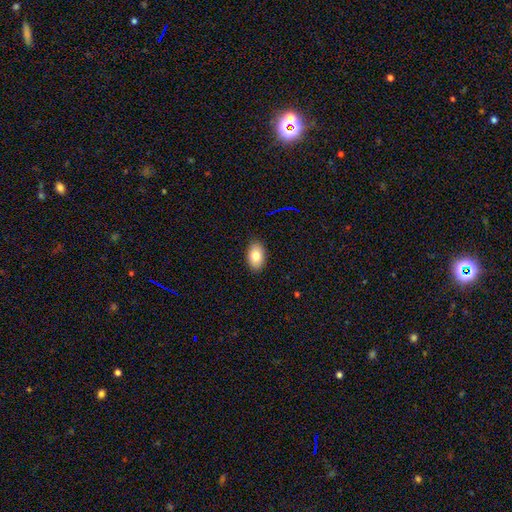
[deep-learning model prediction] Overall: smooth (80%). How rounded: in between (91%). Merging: none (87%).